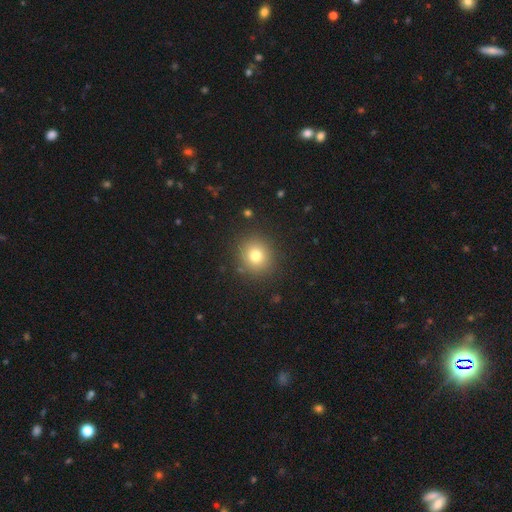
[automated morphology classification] Overall: smooth (77%). How rounded: round (89%). Merging: none (89%).